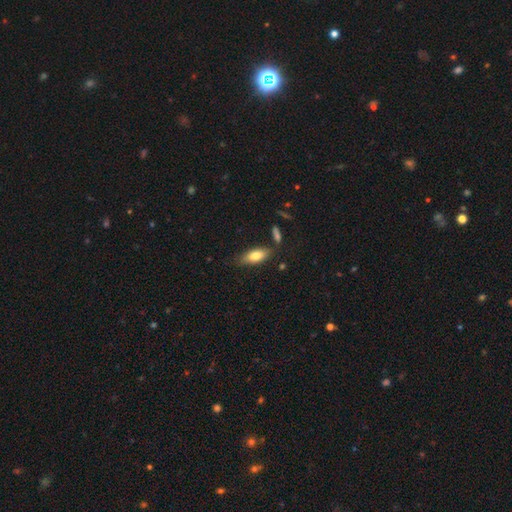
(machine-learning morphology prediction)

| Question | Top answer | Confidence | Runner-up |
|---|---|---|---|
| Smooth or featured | smooth | 77% | featured or disk (16%) |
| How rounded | in between | 77% | cigar-shaped (20%) |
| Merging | none | 74% | minor disturbance (17%) |